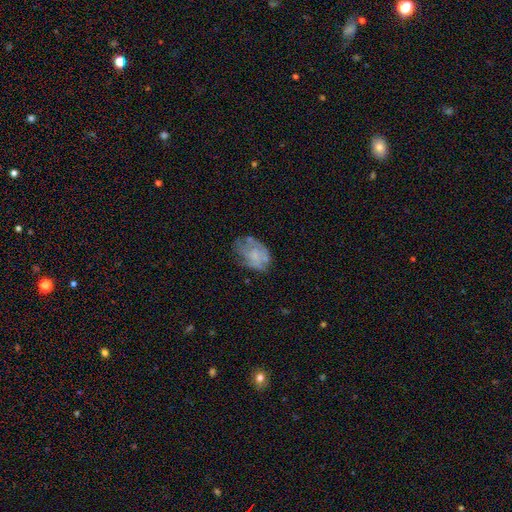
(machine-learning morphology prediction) A featured or disk galaxy (49%).

Vote fractions:
- Smooth or featured? featured or disk: 49% / smooth: 42% / star or artifact: 9%
- Merging? none: 49% / minor disturbance: 29% / major disturbance: 19% / merger: 3%